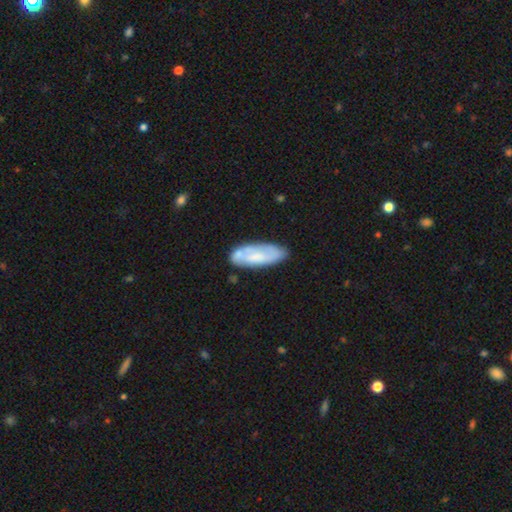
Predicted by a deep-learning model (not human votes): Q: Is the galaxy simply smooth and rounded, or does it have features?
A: smooth — 53%.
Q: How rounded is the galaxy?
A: in between — 68%.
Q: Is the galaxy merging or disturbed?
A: none — 67%.